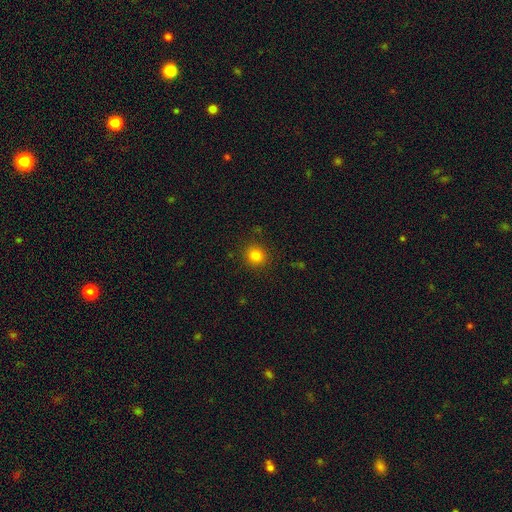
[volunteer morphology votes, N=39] This is clearly a smooth galaxy (87%). How rounded: clearly round (88%). Merging: clearly none (89%).